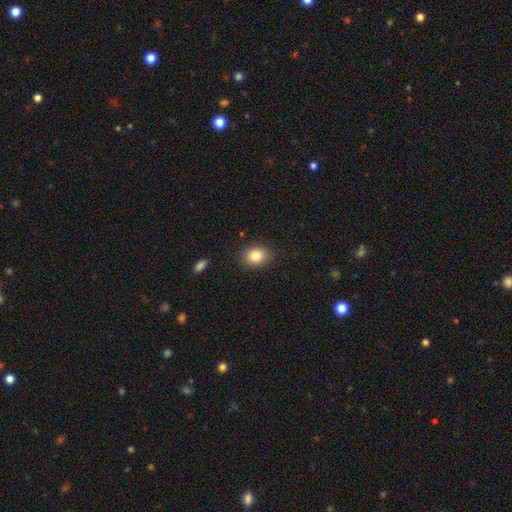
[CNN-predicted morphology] smooth 84%, star or artifact 9%, featured or disk 7%. Down the decision tree: how rounded — in between (61%); merging — none (86%).